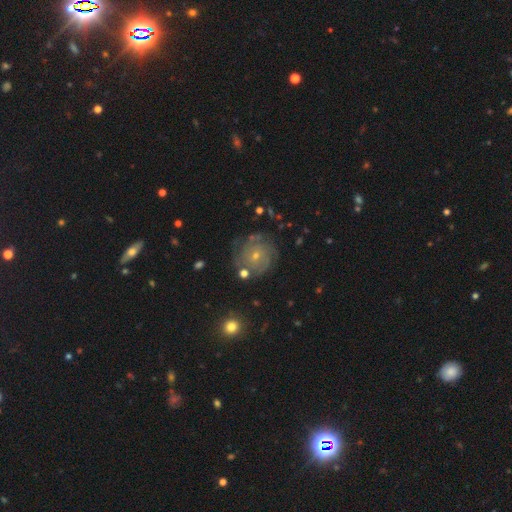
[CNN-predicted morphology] Smooth or featured? featured or disk (70%)
Edge-on disk? no (97%)
Bar? no (80%)
Spiral arms? yes (89%)
Spiral winding? tight (74%)
Spiral arm count? can't tell (46%)
Bulge size? small (70%)
Merging? none (77%)